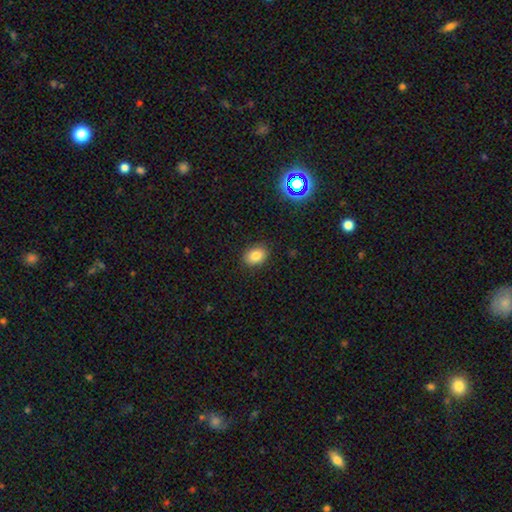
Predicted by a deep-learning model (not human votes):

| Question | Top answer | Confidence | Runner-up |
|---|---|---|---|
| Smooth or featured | smooth | 82% | star or artifact (11%) |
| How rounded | in between | 68% | round (31%) |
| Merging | none | 87% | minor disturbance (9%) |